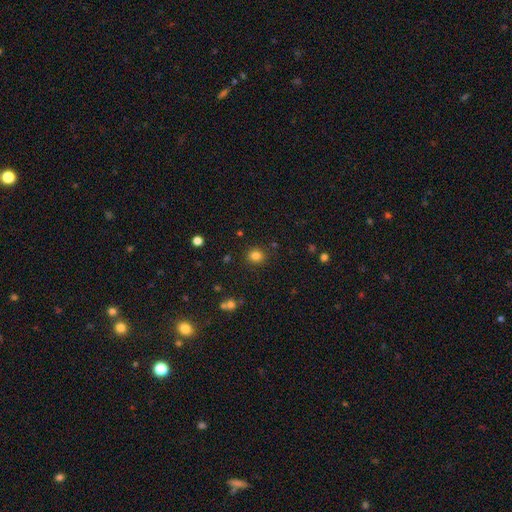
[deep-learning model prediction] Smooth or featured? Predicted: smooth (p=0.82). How rounded? Predicted: round (p=0.78). Merging? Predicted: none (p=0.88).